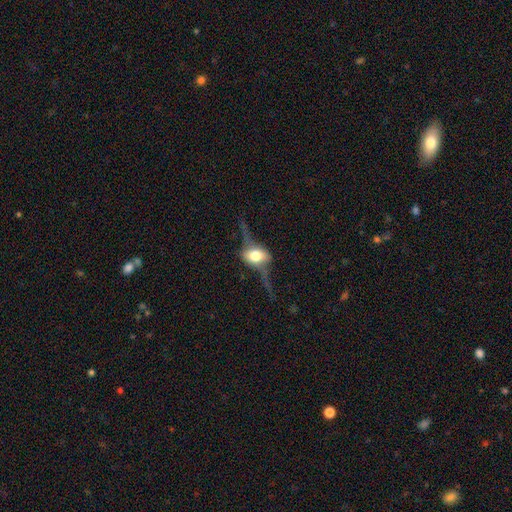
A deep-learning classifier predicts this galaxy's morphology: smooth-or-featured: featured or disk: 78% | smooth: 16% | star or artifact: 7%
  disk-edge-on: yes: 87% | no: 13%
    edge-on-bulge: rounded: 94% | boxy: 4% | none: 1%
  merging: none: 66% | minor disturbance: 18% | major disturbance: 14% | merger: 2%